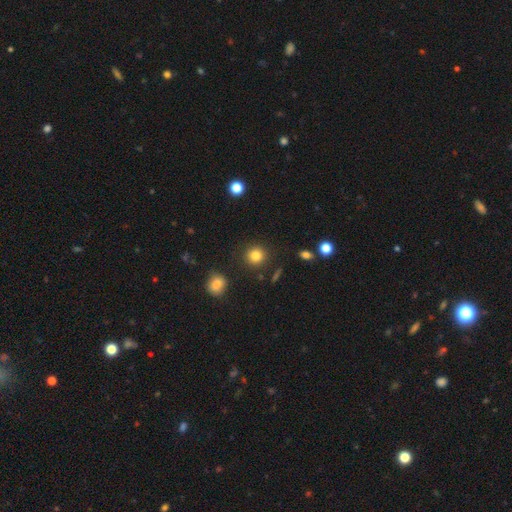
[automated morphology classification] smooth_or_featured: smooth (p=0.83) [alt: star or artifact p=0.11]
how_rounded: round (p=0.92) [alt: in between p=0.07]
merging: none (p=0.89) [alt: minor disturbance p=0.06]